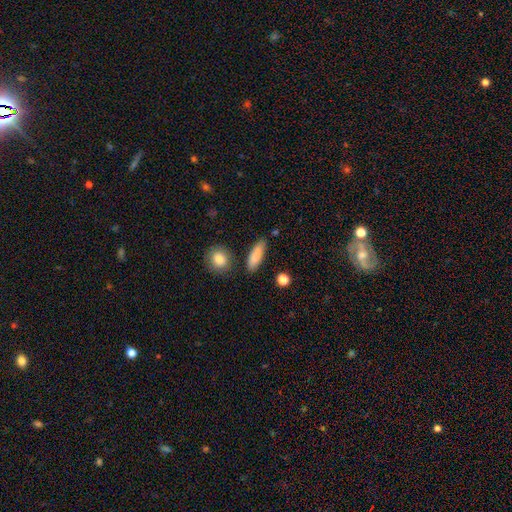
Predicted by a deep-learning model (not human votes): smooth-or-featured: smooth: 87% | featured or disk: 7% | star or artifact: 7%
  how-rounded: in between: 49% | cigar-shaped: 47% | round: 4%
  merging: none: 84% | minor disturbance: 10% | merger: 3% | major disturbance: 3%